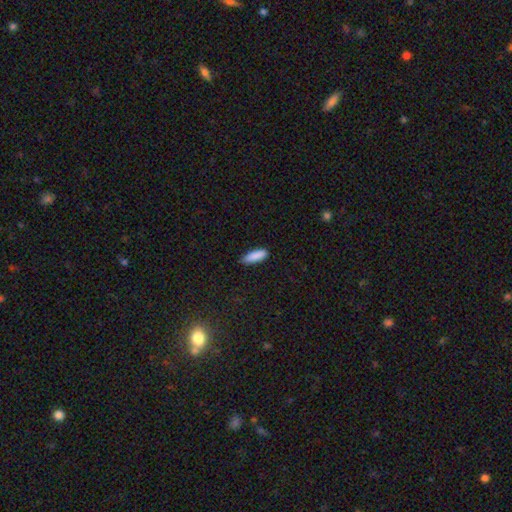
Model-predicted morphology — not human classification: This appears to be a smooth galaxy with no disk features (88%) that is in between round and cigar-shaped (52%). Merging: none (80%).